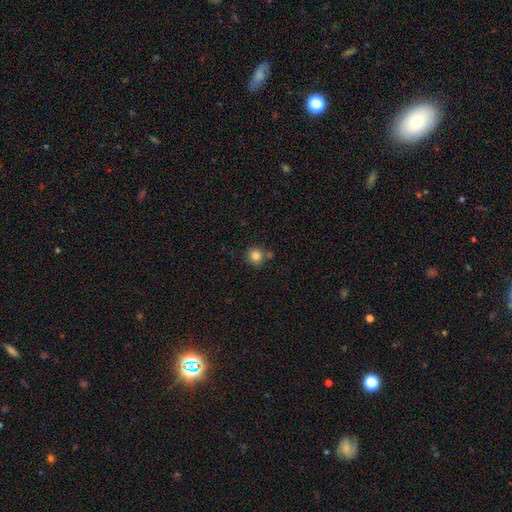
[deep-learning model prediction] Smooth or featured? Predicted: smooth (p=0.83). How rounded? Predicted: round (p=0.91). Merging? Predicted: none (p=0.74).